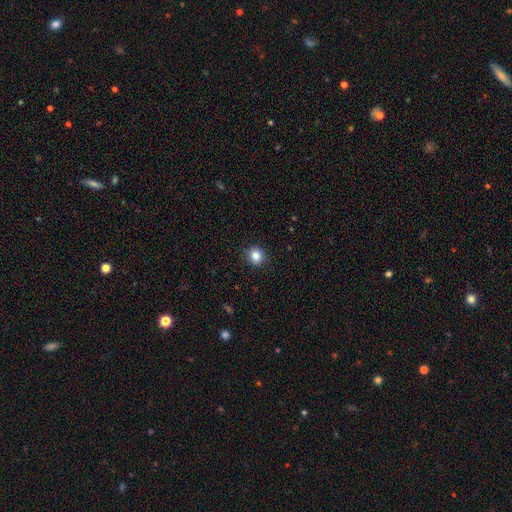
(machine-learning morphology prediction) This is clearly a smooth galaxy (84%). How rounded: clearly round (86%). Merging: clearly none (91%).